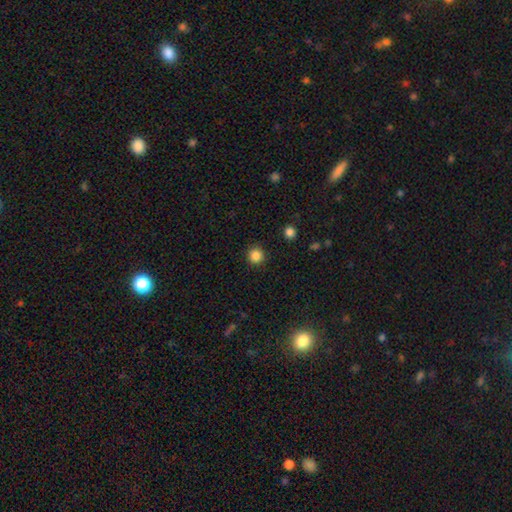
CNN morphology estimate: This is clearly a smooth galaxy (86%). How rounded: clearly round (95%). Merging: clearly none (92%).